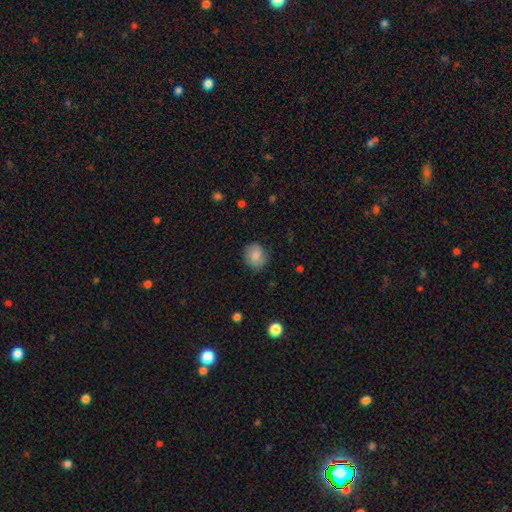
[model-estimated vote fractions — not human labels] A smooth galaxy with no disk features (81%) that is round (79%).

Vote fractions:
- Smooth or featured? smooth: 81% / featured or disk: 12% / star or artifact: 7%
- How rounded? round: 79% / in between: 20% / cigar-shaped: 1%
- Merging? none: 81% / minor disturbance: 15% / major disturbance: 4% / merger: 1%